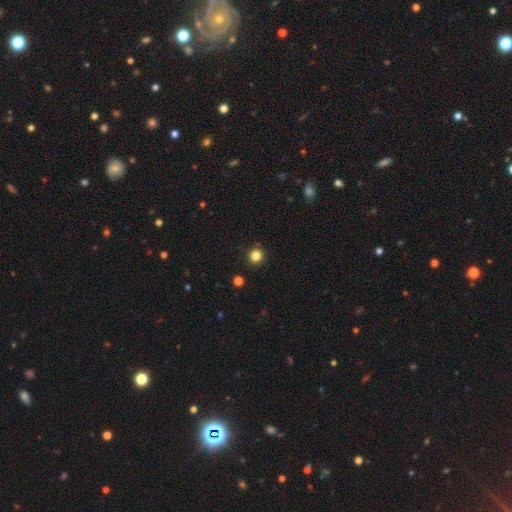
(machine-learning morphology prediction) A smooth galaxy with no disk features (83%) that is round (90%).

Vote fractions:
- Smooth or featured? smooth: 83% / star or artifact: 12% / featured or disk: 4%
- How rounded? round: 90% / in between: 9% / cigar-shaped: 1%
- Merging? none: 90% / minor disturbance: 6% / major disturbance: 2% / merger: 1%